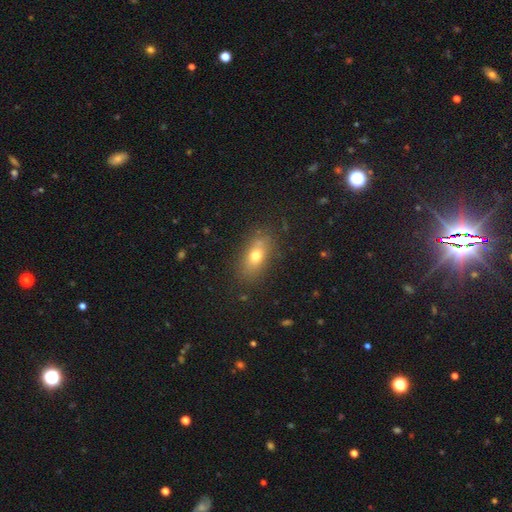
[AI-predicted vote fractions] smooth-or-featured: smooth: 72% | featured or disk: 17% | star or artifact: 11%
  how-rounded: in between: 79% | round: 12% | cigar-shaped: 9%
  merging: none: 79% | minor disturbance: 14% | major disturbance: 4% | merger: 3%